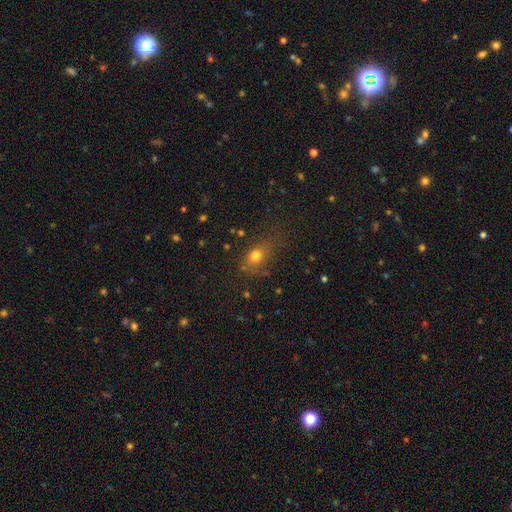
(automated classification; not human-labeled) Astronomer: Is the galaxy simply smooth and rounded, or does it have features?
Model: smooth — 74%.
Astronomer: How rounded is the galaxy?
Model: in between — 55% (runner-up: round, 42%).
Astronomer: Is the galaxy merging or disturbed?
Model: none — 62%.